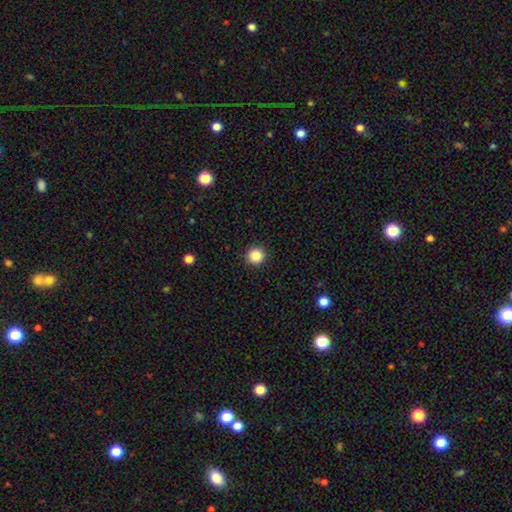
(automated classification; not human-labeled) A smooth galaxy with no disk features (86%) that is round (95%). Merging: none (93%).